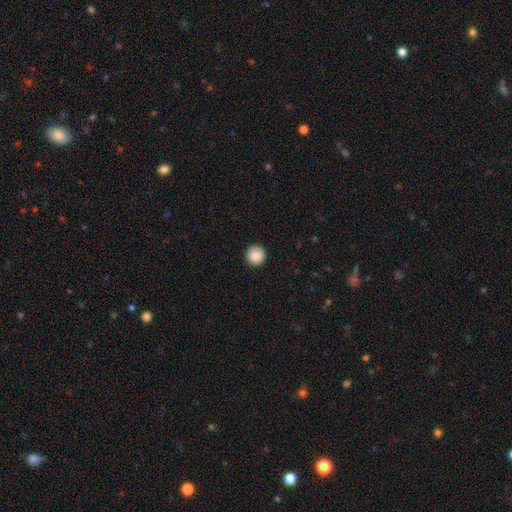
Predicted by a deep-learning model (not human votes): A smooth galaxy with no disk features (88%) that is round (96%).

Vote fractions:
- Smooth or featured? smooth: 88% / star or artifact: 8% / featured or disk: 3%
- How rounded? round: 96% / in between: 4% / cigar-shaped: 1%
- Merging? none: 92% / minor disturbance: 5% / major disturbance: 2% / merger: 1%